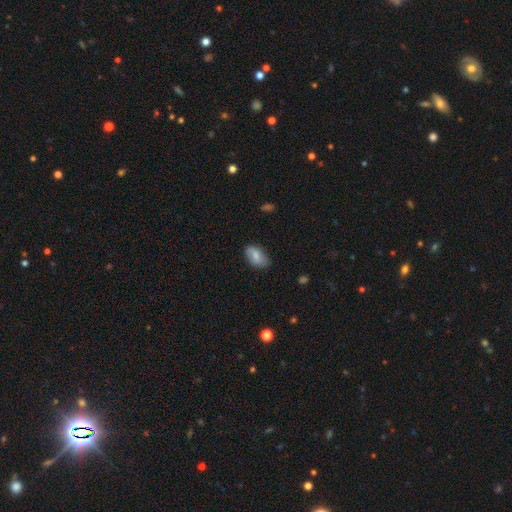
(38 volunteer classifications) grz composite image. It shows a smooth galaxy with no disk features (66%) that is in between round and cigar-shaped (92%). Merging: minor disturbance (57%).